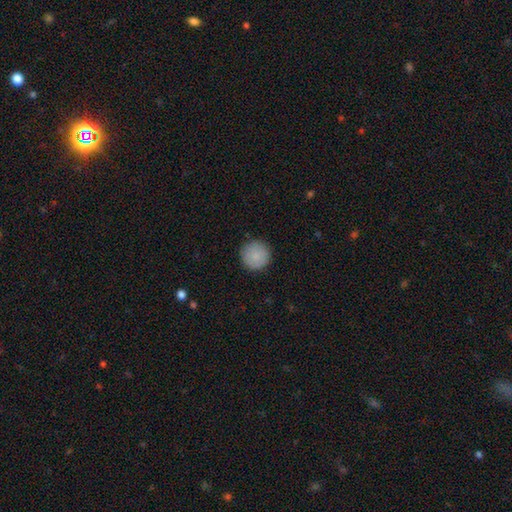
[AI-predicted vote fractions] This appears to be a smooth galaxy with no disk features (88%) that is round (96%). Merging: none (90%).